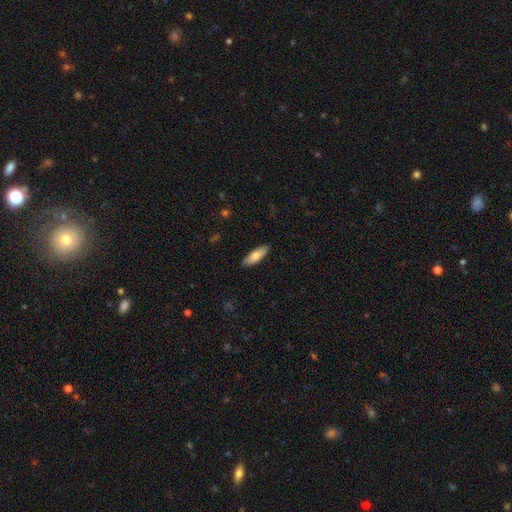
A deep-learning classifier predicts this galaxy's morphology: This appears to be a smooth galaxy with no disk features (78%) that is in between round and cigar-shaped (62%). Merging: none (87%).